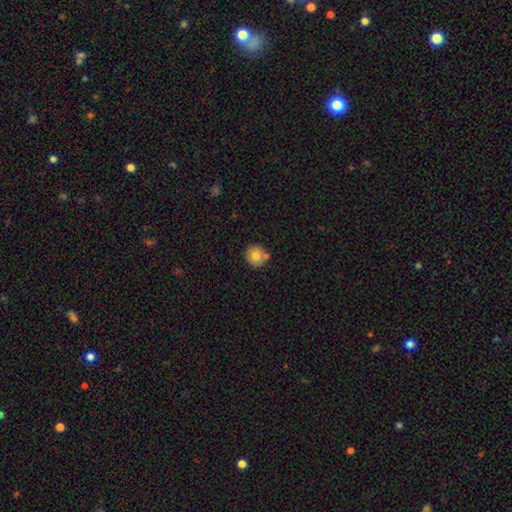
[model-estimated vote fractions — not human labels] A smooth galaxy with no disk features (76%) that is round (92%). Merging: none (72%).